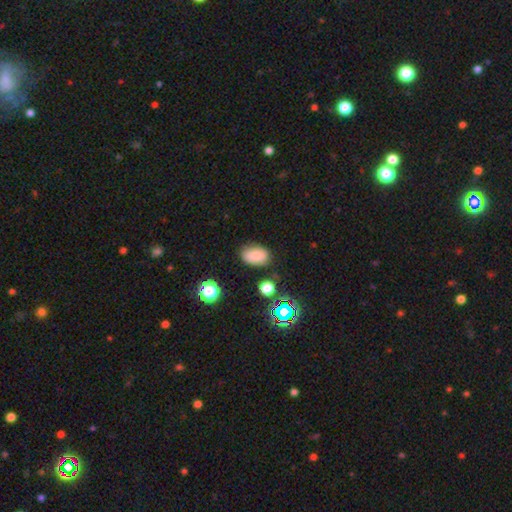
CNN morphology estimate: The model was most divided on "merging": none: 78%, minor disturbance: 16%, major disturbance: 4%, merger: 2%. More confident: how rounded — in between (87%); smooth or featured — smooth (79%).